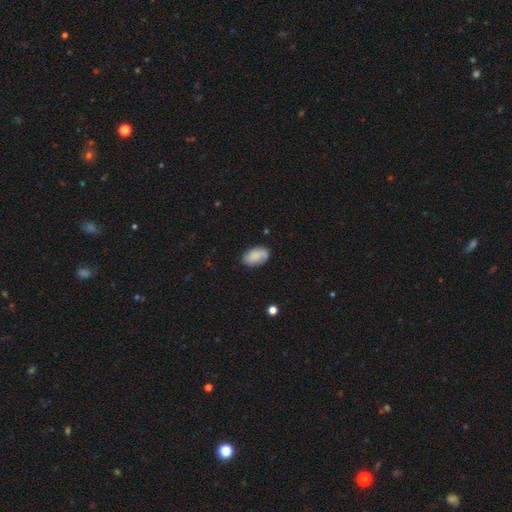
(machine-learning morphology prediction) A smooth galaxy with no disk features (79%) that is in between round and cigar-shaped (93%).

Vote fractions:
- Smooth or featured? smooth: 79% / featured or disk: 14% / star or artifact: 7%
- How rounded? in between: 93% / round: 6% / cigar-shaped: 2%
- Merging? none: 77% / minor disturbance: 18% / major disturbance: 4% / merger: 2%